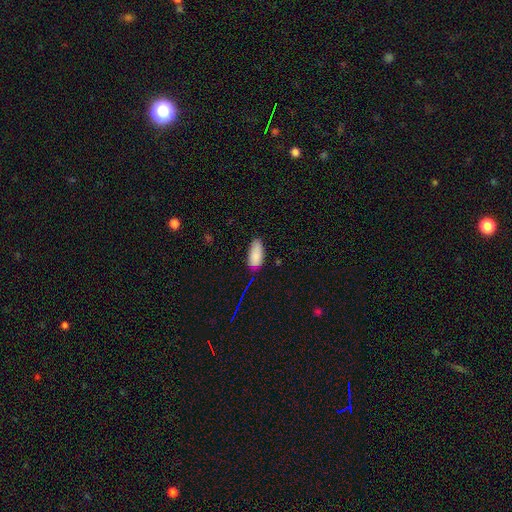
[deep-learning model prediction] Overall: smooth (85%). How rounded: in between (90%). Merging: none (64%; minor disturbance 28%).